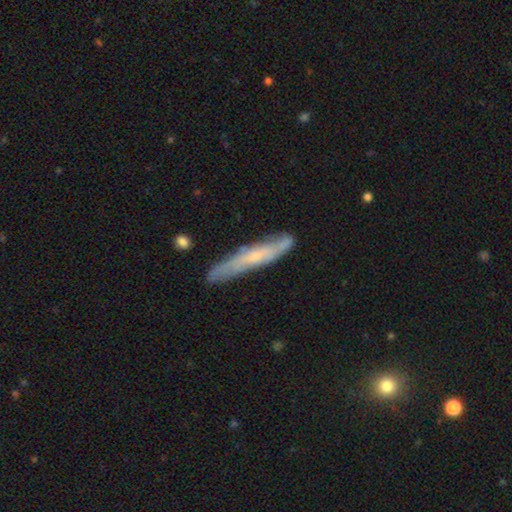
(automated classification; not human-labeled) Smooth or featured? featured or disk (55%)
Edge-on disk? yes (67%)
Merging? none (75%)